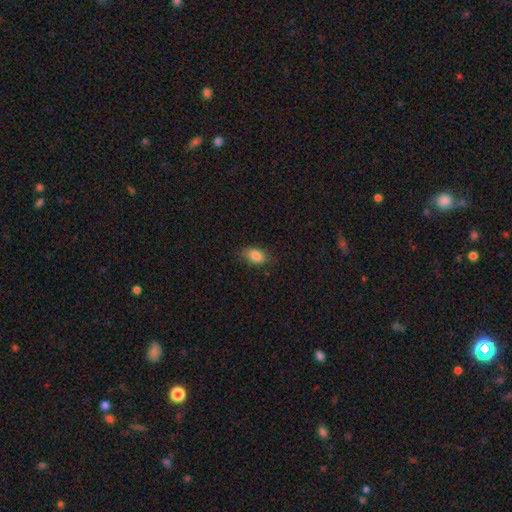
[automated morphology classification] Smooth or featured? Predicted: smooth (p=0.85). How rounded? Predicted: in between (p=0.85). Merging? Predicted: none (p=0.77).